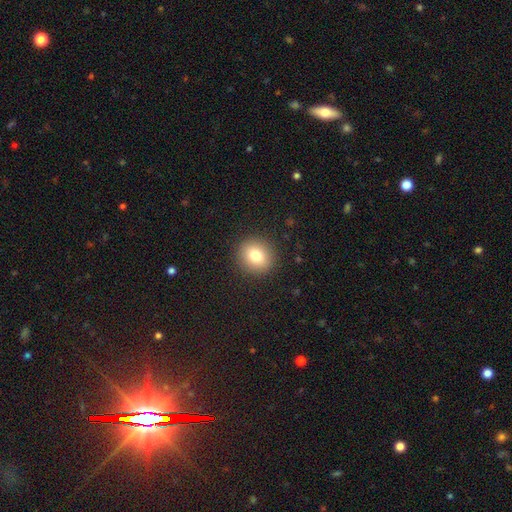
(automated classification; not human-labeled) Smooth or featured: smooth — 80% (star or artifact — 11%)
How rounded: round — 82% (in between — 17%)
Merging: none — 90% (minor disturbance — 6%)